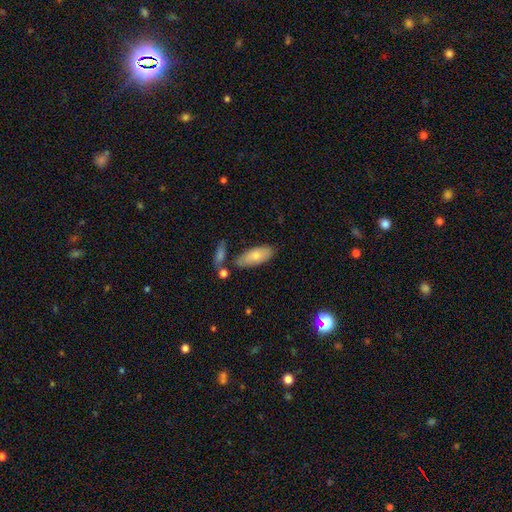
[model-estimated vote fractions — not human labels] Smooth or featured? smooth (73%)
How rounded? in between (81%)
Merging? none (67%)